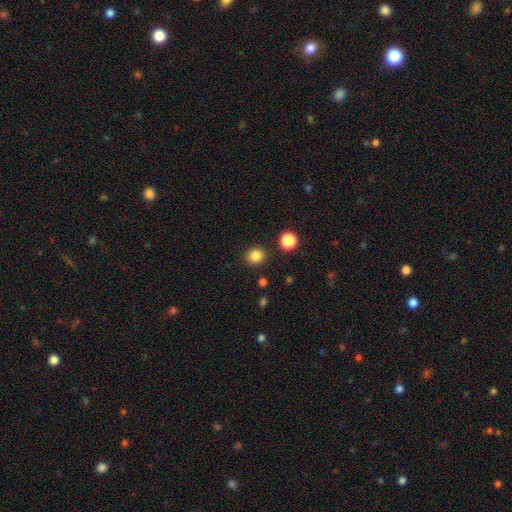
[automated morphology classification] Smooth or featured? smooth (84%)
How rounded? round (87%)
Merging? none (89%)